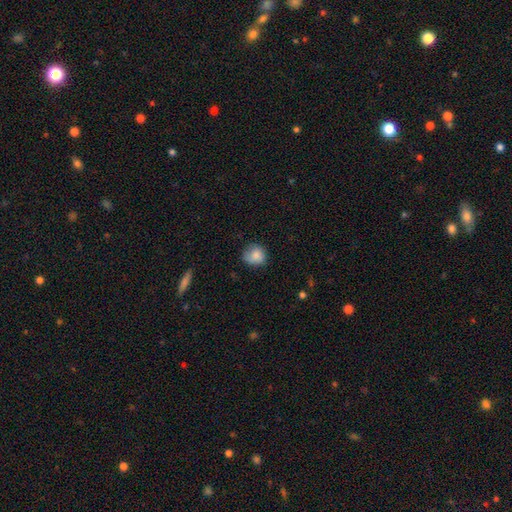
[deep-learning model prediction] Smooth or featured: smooth — 82% (featured or disk — 10%)
How rounded: round — 80% (in between — 19%)
Merging: none — 65% (minor disturbance — 26%)